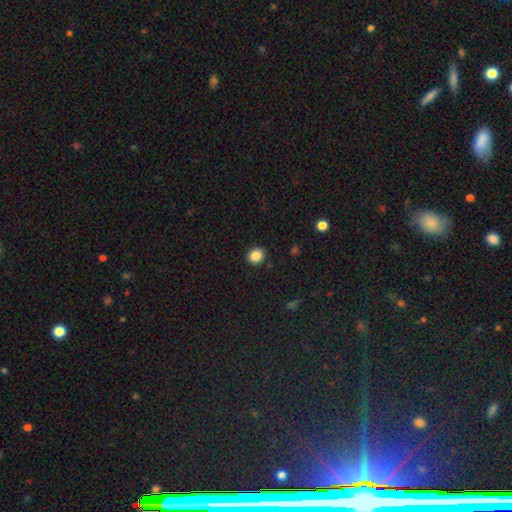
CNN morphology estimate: This is clearly a smooth galaxy (86%). How rounded: likely round (67%). Merging: clearly none (91%).